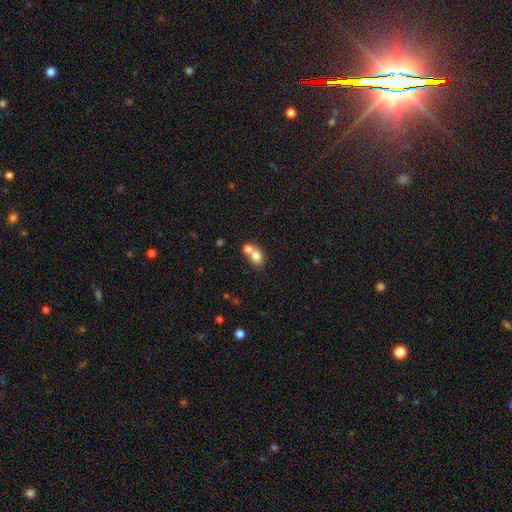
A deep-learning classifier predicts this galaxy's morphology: Smooth or featured: smooth — 76% (featured or disk — 14%)
How rounded: round — 55% (in between — 43%)
Merging: merger — 62% (none — 29%)